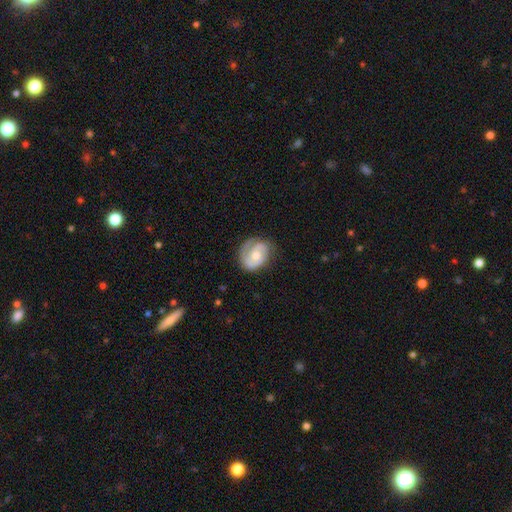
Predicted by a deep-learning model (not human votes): The model was most divided on "spiral arm count": 2: 45%, 1: 37%, can't tell: 12%, 3: 4%, 4: 1%, more than 4: 1%. More confident: edge-on disk — no (98%); spiral arms — yes (91%); smooth or featured — featured or disk (75%); bar — no (70%); merging — none (66%); bulge size — moderate (57%); spiral winding — tight (53%).